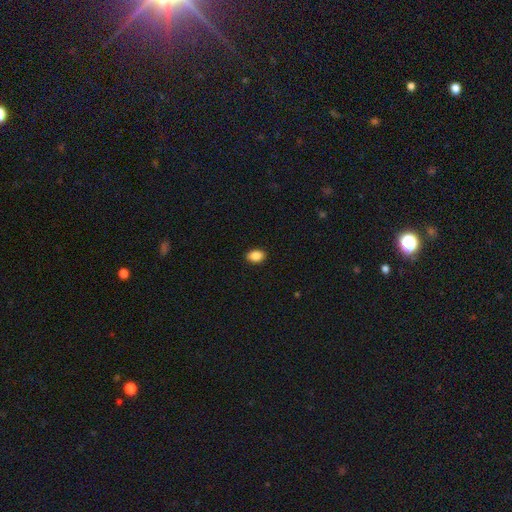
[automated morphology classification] type=smooth (89%); roundness=in between (84%); merging=none (90%).